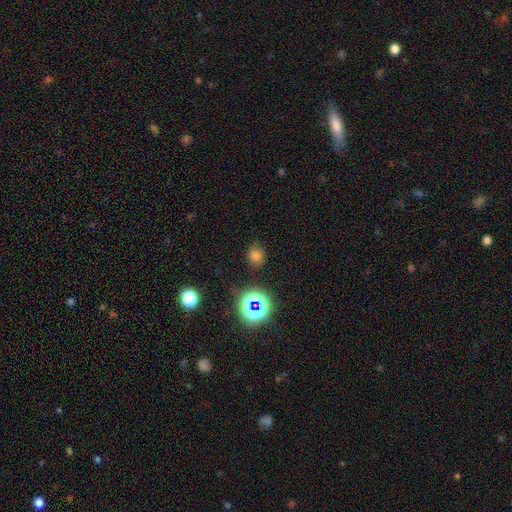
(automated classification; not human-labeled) This is likely a smooth galaxy (67%). How rounded: likely round (73%). Merging: likely none (79%).